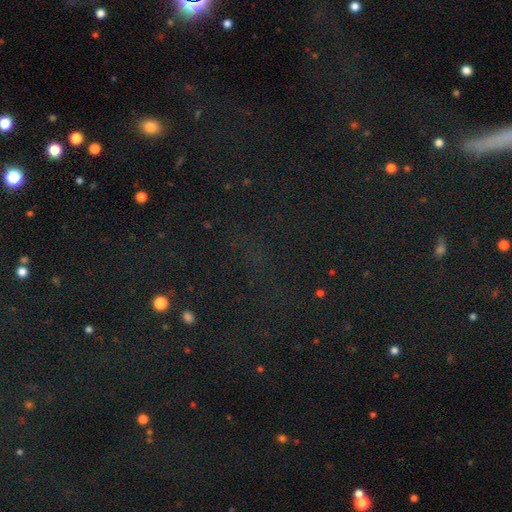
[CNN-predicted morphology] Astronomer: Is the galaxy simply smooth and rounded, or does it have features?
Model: star or artifact — 74%.